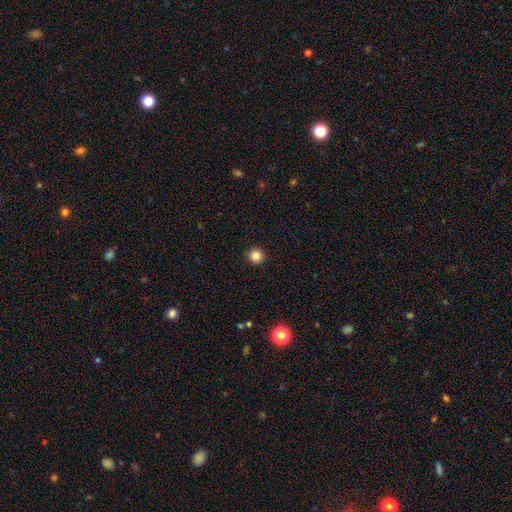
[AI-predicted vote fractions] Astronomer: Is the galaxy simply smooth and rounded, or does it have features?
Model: smooth — 84%.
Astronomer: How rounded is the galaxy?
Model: round — 95%.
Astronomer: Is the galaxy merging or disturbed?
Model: none — 93%.